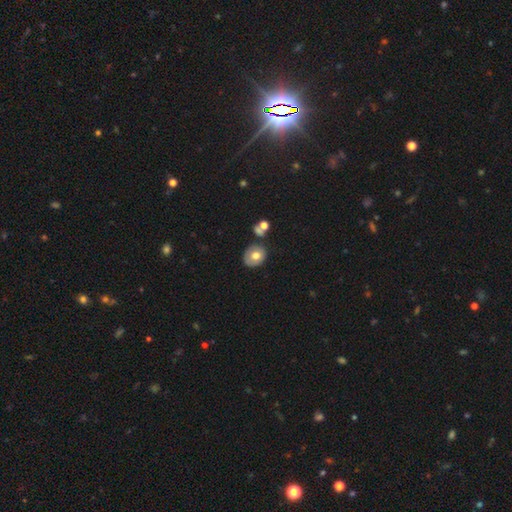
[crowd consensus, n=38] Smooth or featured?
  - smooth: 79% *
  - featured or disk: 18%
  - star or artifact: 3%
How rounded?
  - round: 70% *
  - in between: 27%
  - cigar-shaped: 3%
Merging?
  - none: 70% *
  - minor disturbance: 14%
  - merger: 14%
  - major disturbance: 3%